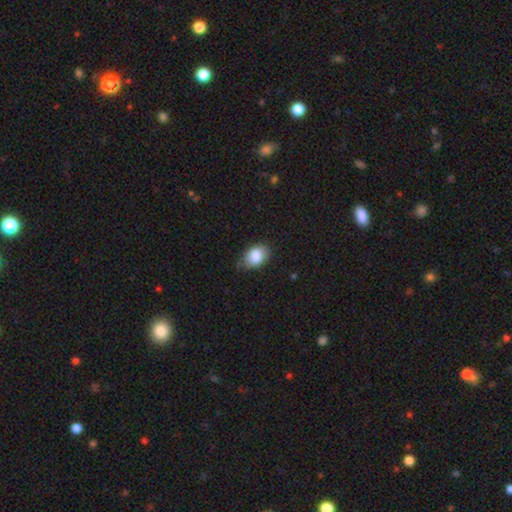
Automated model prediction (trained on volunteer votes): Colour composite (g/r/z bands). It shows a smooth galaxy with no disk features (85%) that is in between round and cigar-shaped (81%). Merging: none (69%).